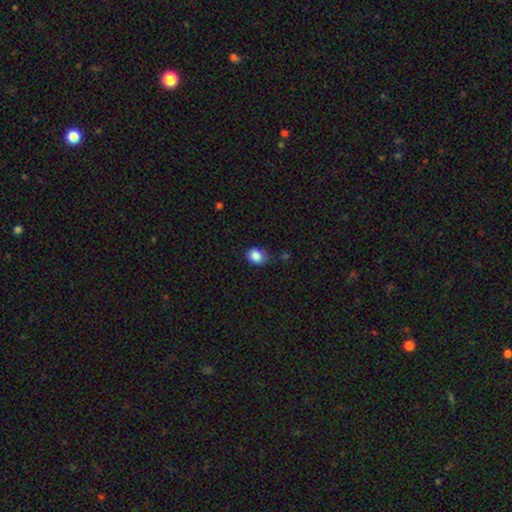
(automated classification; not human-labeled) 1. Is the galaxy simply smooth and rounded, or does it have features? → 86% smooth, 9% star or artifact, 5% featured or disk.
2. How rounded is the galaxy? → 50% in between, 49% round, 1% cigar-shaped.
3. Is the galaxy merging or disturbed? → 62% none, 29% minor disturbance, 6% major disturbance, 3% merger.